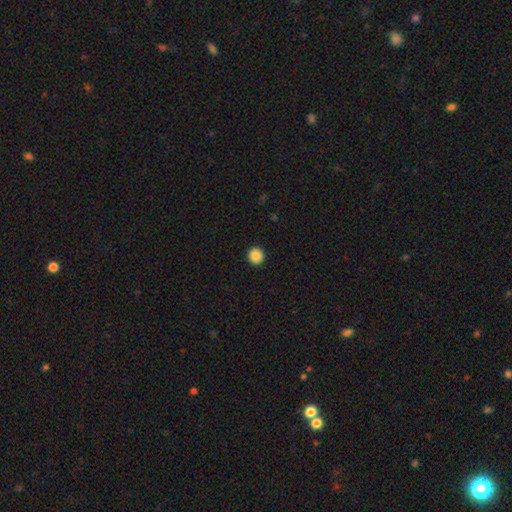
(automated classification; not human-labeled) Smooth or featured?
  - smooth: 87% *
  - star or artifact: 10%
  - featured or disk: 3%
How rounded?
  - round: 95% *
  - in between: 4%
  - cigar-shaped: 1%
Merging?
  - none: 93% *
  - minor disturbance: 4%
  - major disturbance: 1%
  - merger: 1%